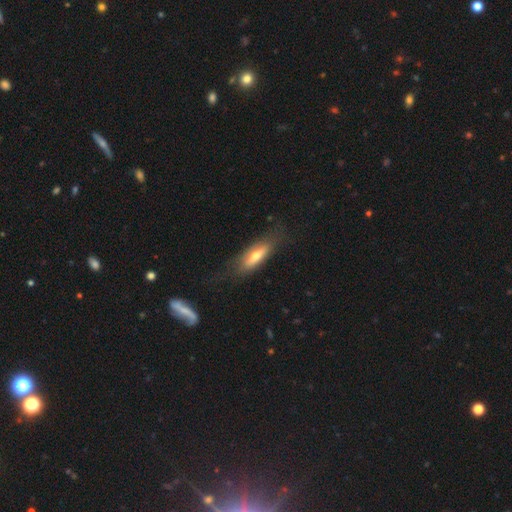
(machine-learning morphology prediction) smooth-or-featured: smooth: 55% | featured or disk: 38% | star or artifact: 7%
  how-rounded: in between: 50% | cigar-shaped: 48% | round: 2%
  merging: none: 69% | minor disturbance: 20% | major disturbance: 10% | merger: 2%